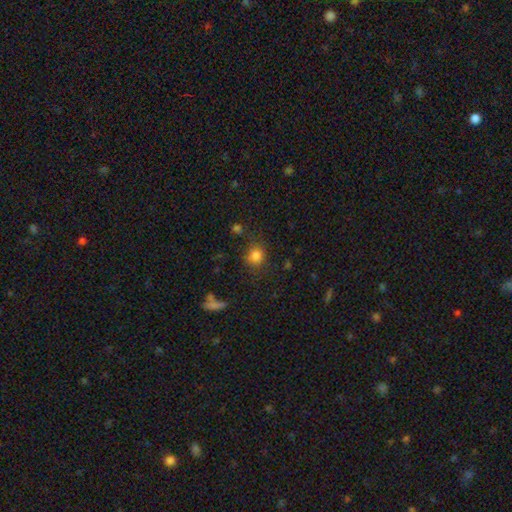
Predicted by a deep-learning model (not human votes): A smooth galaxy with no disk features (81%) that is round (73%). Merging: none (71%).